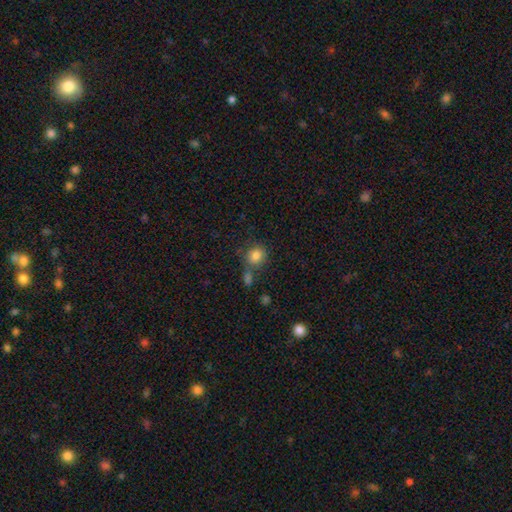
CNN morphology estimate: smooth-or-featured: smooth: 83% | star or artifact: 10% | featured or disk: 7%
  how-rounded: round: 81% | in between: 18% | cigar-shaped: 1%
  merging: none: 63% | merger: 19% | minor disturbance: 13% | major disturbance: 5%